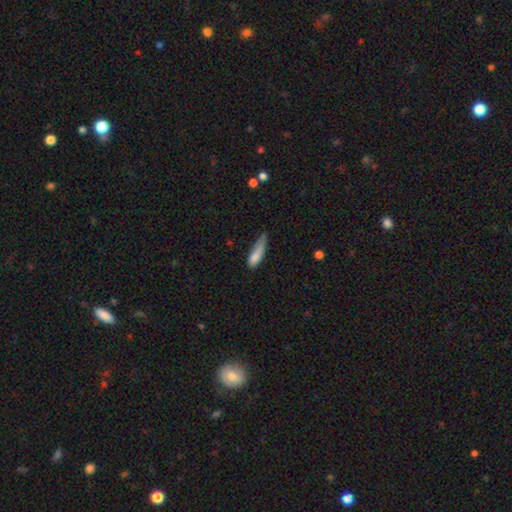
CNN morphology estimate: smooth-or-featured: smooth: 81% | featured or disk: 12% | star or artifact: 7%
  how-rounded: cigar-shaped: 56% | in between: 41% | round: 2%
  merging: minor disturbance: 45% | none: 28% | major disturbance: 22% | merger: 5%